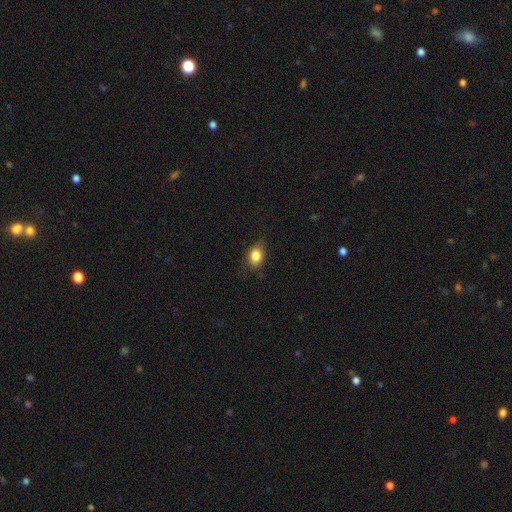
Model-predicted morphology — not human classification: Smooth or featured: smooth — 82% (featured or disk — 9%)
How rounded: in between — 73% (round — 25%)
Merging: none — 73% (minor disturbance — 22%)